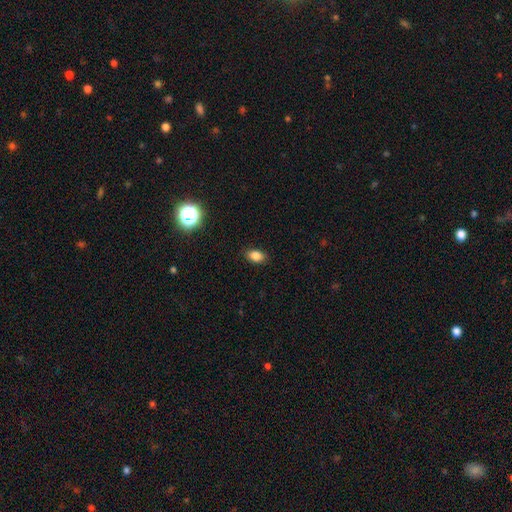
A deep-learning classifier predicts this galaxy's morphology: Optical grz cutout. It shows a smooth galaxy with no disk features (84%) that is in between round and cigar-shaped (84%). Merging: none (88%).